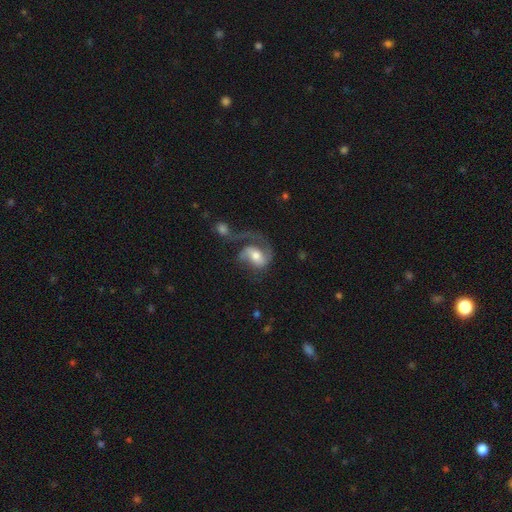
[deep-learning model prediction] A featured or disk galaxy (74%) with a weak bar (43%), 2 (50%) medium (43%) spiral arms (90%) and a moderate central bulge (63%). Merging: major disturbance (40%).